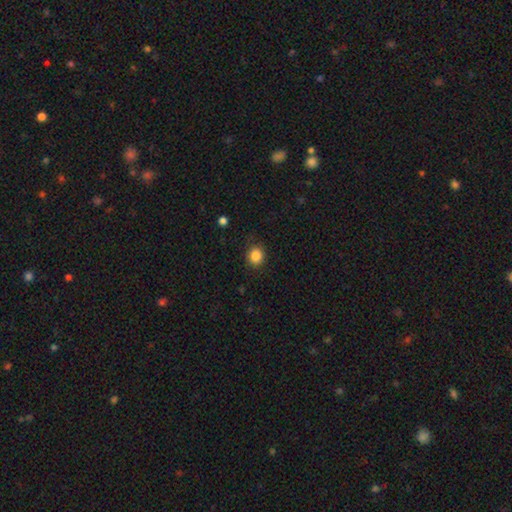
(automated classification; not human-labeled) Smooth or featured? smooth (86%)
How rounded? round (78%)
Merging? none (86%)